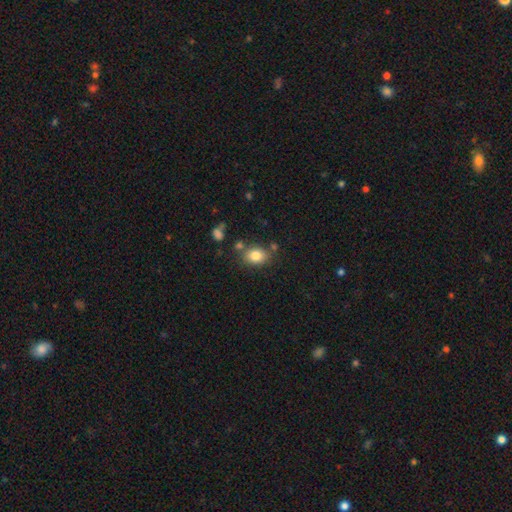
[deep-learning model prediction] Smooth or featured: smooth — 82% (star or artifact — 9%)
How rounded: in between — 65% (round — 34%)
Merging: none — 73% (minor disturbance — 14%)